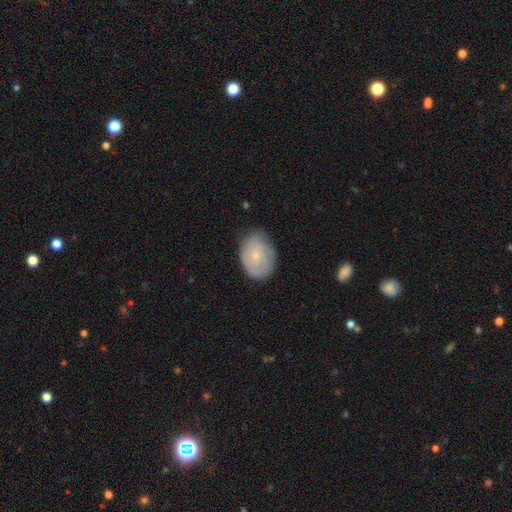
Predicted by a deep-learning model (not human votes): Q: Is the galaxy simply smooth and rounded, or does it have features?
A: smooth — 51%.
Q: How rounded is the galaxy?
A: in between — 67%.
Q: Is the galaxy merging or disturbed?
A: none — 73%.